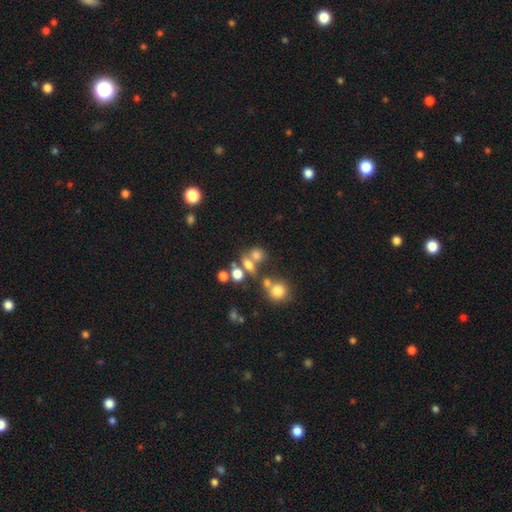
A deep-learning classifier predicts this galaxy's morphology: Q: Smooth or featured?
A: smooth (65%); runner-up: star or artifact (21%)
Q: How rounded?
A: round (54%); runner-up: in between (43%)
Q: Merging?
A: merger (42%); runner-up: none (40%)